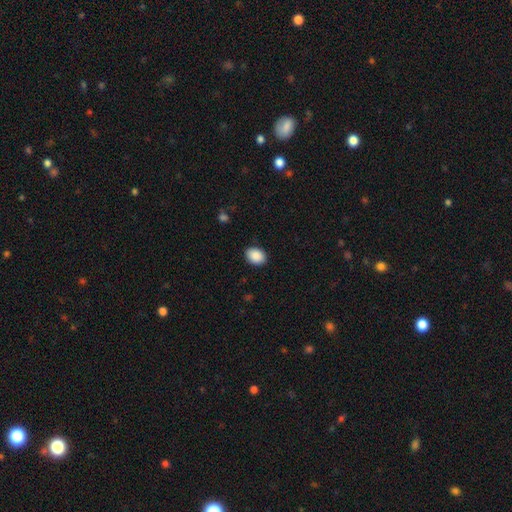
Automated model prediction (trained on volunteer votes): Smooth or featured? smooth (90%)
How rounded? in between (70%)
Merging? none (87%)